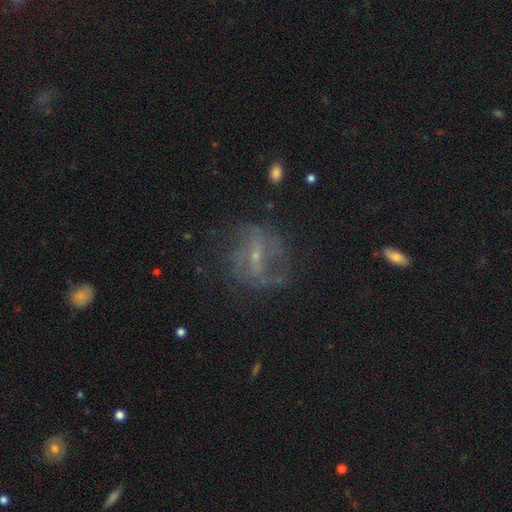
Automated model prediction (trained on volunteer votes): Smooth or featured?
  - featured or disk: 70% *
  - smooth: 16%
  - star or artifact: 13%
Edge-on disk?
  - no: 94% *
  - yes: 6%
Bar?
  - weak: 47% *
  - no: 30%
  - strong: 24%
Spiral arms?
  - yes: 73% *
  - no: 27%
Bulge size?
  - small: 72% *
  - moderate: 18%
  - none: 7%
  - large: 1%
  - dominant: 1%
Merging?
  - none: 63% *
  - minor disturbance: 19%
  - major disturbance: 15%
  - merger: 2%